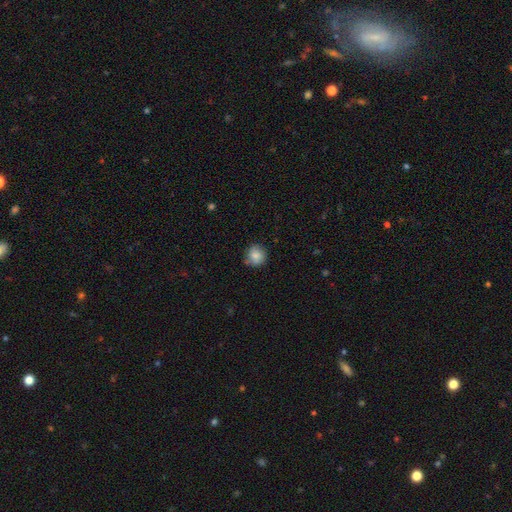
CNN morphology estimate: type=smooth (82%); roundness=round (90%); merging=none (79%).